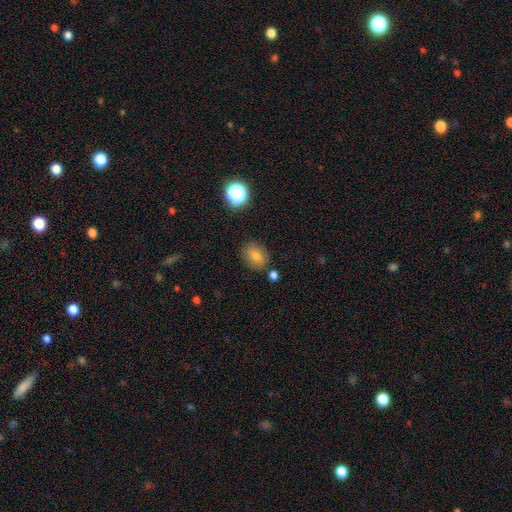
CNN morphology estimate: Overall: smooth (72%). How rounded: in between (59%; round 39%). Merging: none (81%).